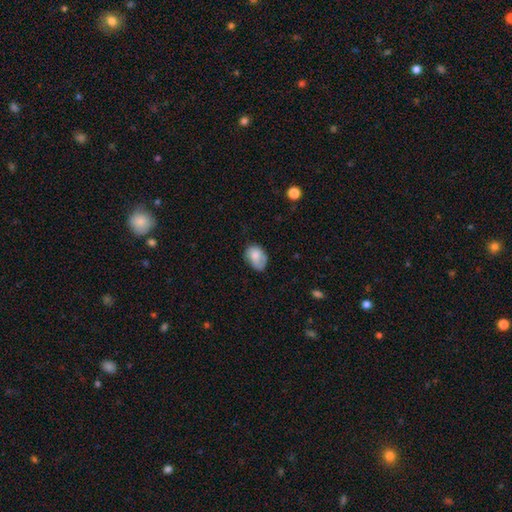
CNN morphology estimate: type=smooth (77%); roundness=in between (78%); merging=none (48%).